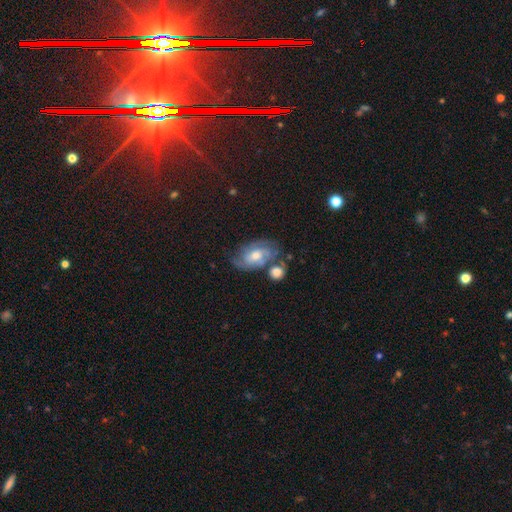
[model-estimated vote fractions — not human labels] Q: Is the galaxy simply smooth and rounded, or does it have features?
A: featured or disk — 70%.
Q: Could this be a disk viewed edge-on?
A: no — 96%.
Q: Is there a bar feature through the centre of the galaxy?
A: no — 57%.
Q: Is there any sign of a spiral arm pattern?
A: yes — 89%.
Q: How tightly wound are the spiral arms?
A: tight — 47%.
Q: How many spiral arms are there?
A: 2 — 40%.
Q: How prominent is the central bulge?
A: moderate — 67%.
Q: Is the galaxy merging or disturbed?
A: none — 56%.